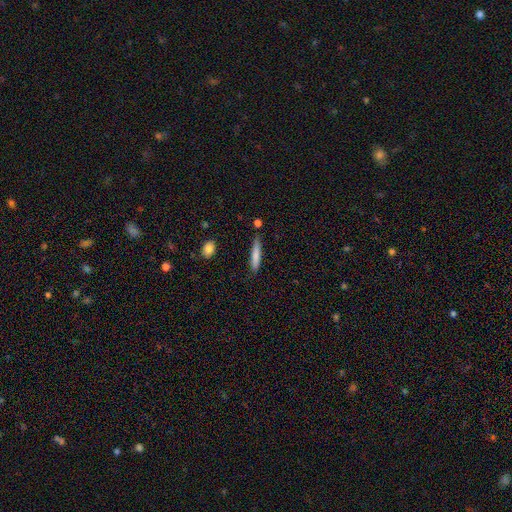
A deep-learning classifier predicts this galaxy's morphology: Smooth or featured? Predicted: smooth (p=0.76). How rounded? Predicted: cigar-shaped (p=0.90). Merging? Predicted: none (p=0.81).